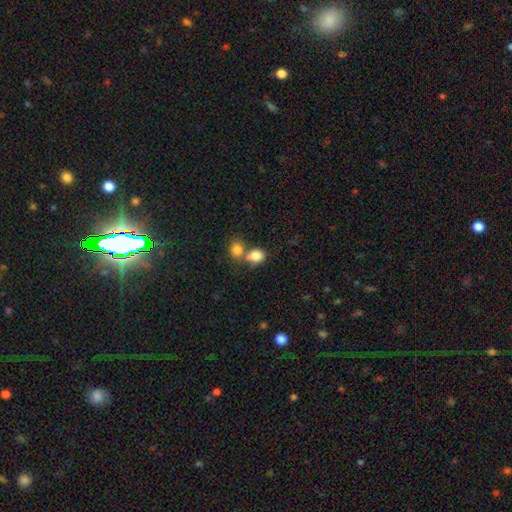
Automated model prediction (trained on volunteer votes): This is clearly a smooth galaxy (83%). How rounded: possibly round (54%). Merging: possibly merger (52%).